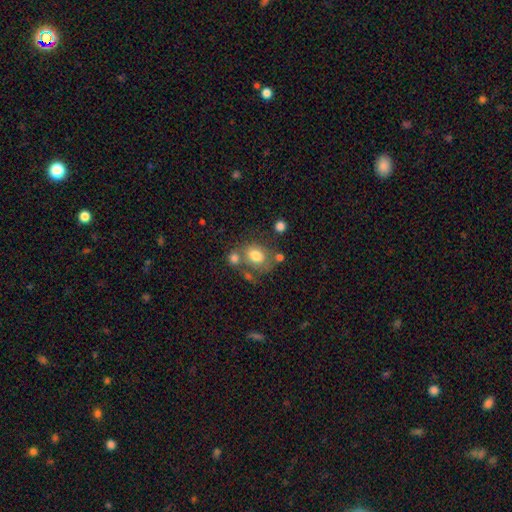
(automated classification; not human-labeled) Smooth or featured: smooth — 72% (featured or disk — 18%)
How rounded: round — 51% (in between — 48%)
Merging: none — 49% (merger — 23%)